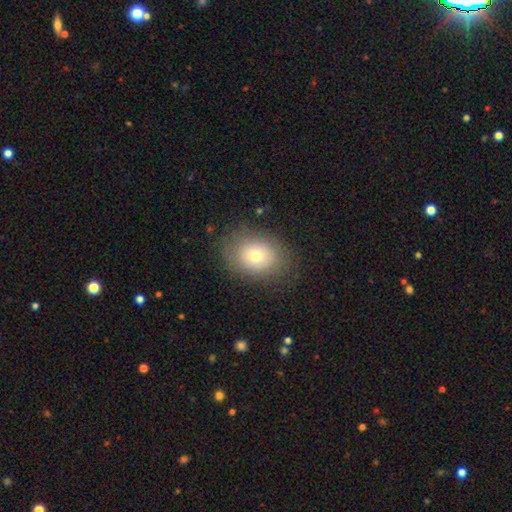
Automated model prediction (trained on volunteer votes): This appears to be a smooth galaxy with no disk features (71%) that is in between round and cigar-shaped (58%). Merging: none (81%).